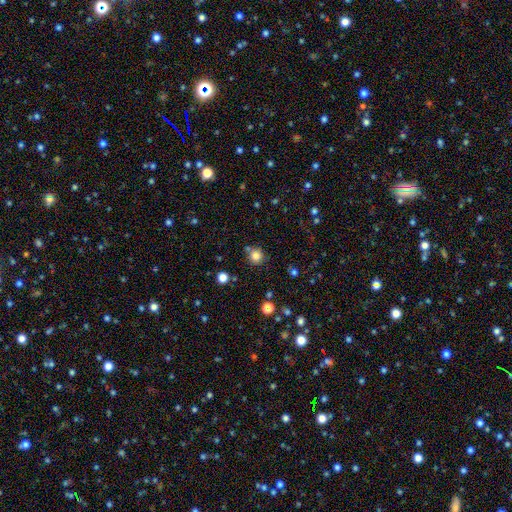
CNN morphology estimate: smooth-or-featured: smooth: 81% | star or artifact: 13% | featured or disk: 5%
  how-rounded: round: 93% | in between: 6% | cigar-shaped: 1%
  merging: none: 80% | minor disturbance: 10% | merger: 8% | major disturbance: 3%